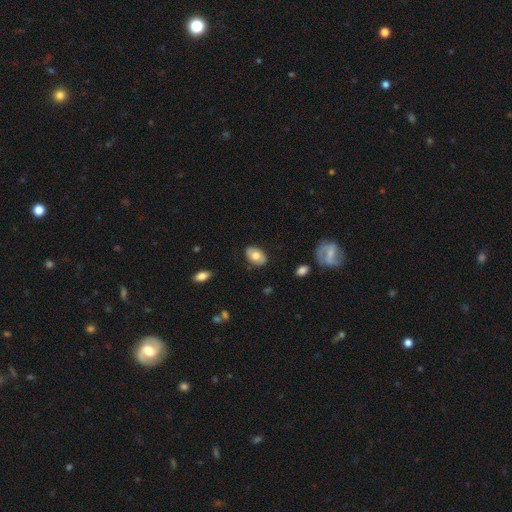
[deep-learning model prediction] This appears to be a smooth galaxy with no disk features (67%) that is in between round and cigar-shaped (87%). Merging: none (83%).